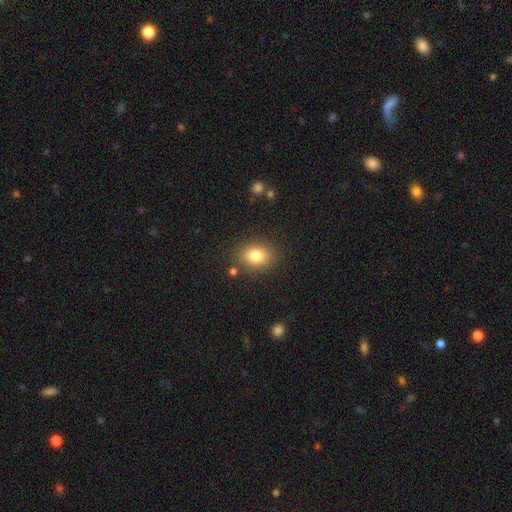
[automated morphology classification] The model was most divided on "how rounded": in between: 62%, round: 37%, cigar-shaped: 1%. More confident: merging — none (83%); smooth or featured — smooth (81%).